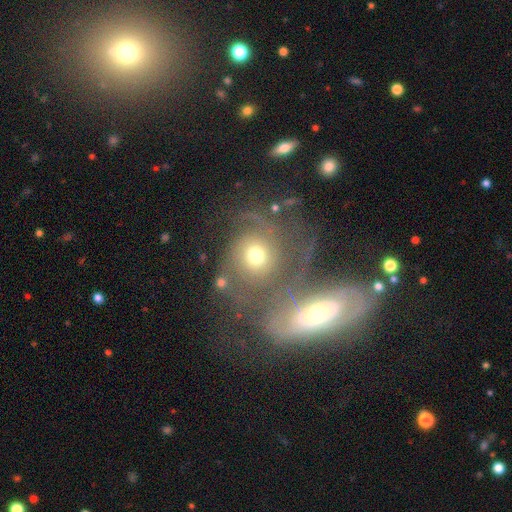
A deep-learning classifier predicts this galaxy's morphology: type=featured or disk (48%); merging=none (39%).